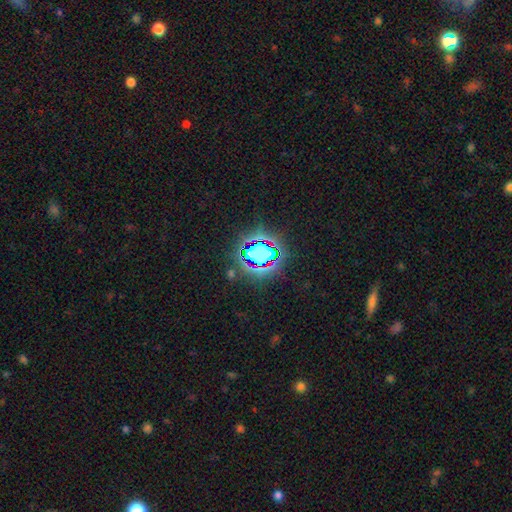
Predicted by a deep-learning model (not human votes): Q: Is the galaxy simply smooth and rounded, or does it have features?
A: star or artifact — 77%.